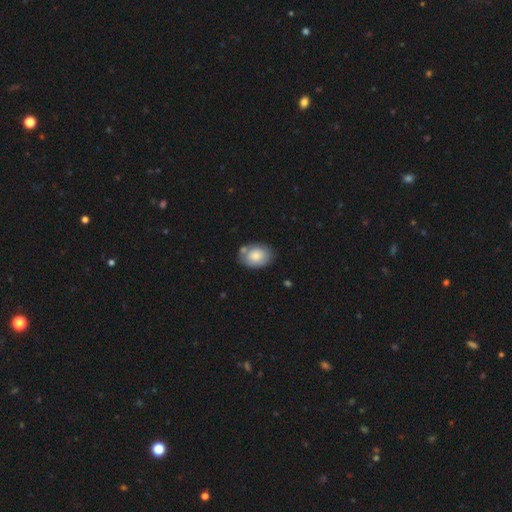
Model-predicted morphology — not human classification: Smooth or featured?
  - smooth: 77% *
  - featured or disk: 16%
  - star or artifact: 7%
How rounded?
  - in between: 77% *
  - round: 22%
  - cigar-shaped: 1%
Merging?
  - none: 64% *
  - minor disturbance: 19%
  - merger: 12%
  - major disturbance: 5%